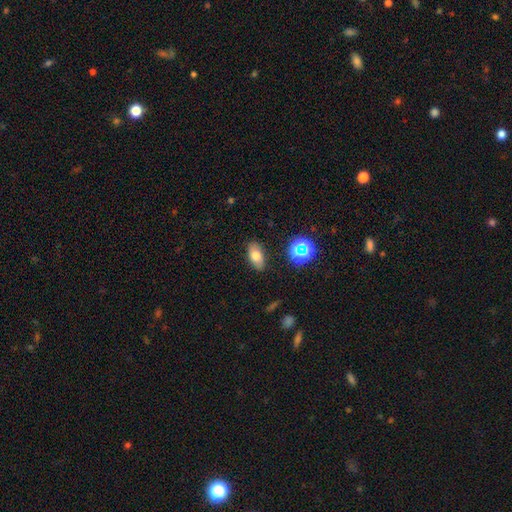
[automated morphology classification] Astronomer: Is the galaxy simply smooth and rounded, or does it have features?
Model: smooth — 72%.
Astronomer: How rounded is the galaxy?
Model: in between — 87%.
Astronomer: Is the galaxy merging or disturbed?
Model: none — 85%.